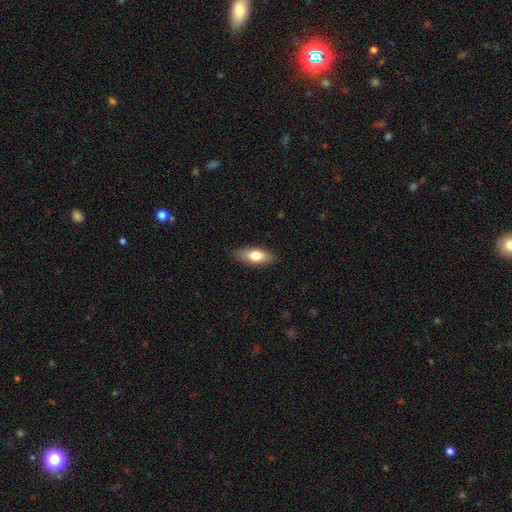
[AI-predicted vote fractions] This appears to be a smooth galaxy with no disk features (74%) that is in between round and cigar-shaped (78%). Merging: none (84%).